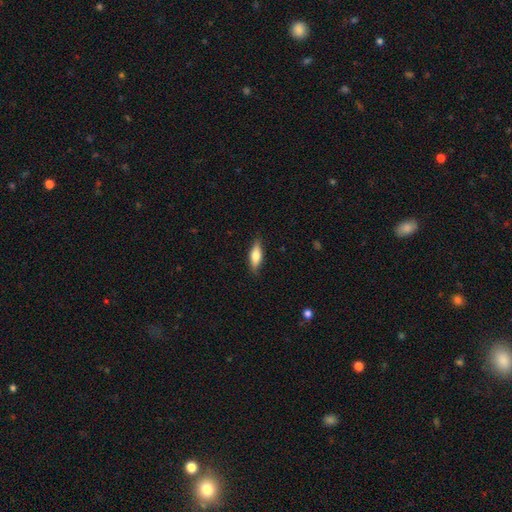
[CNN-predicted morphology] smooth_or_featured: smooth (p=0.66) [alt: featured or disk p=0.28]
how_rounded: in between (p=0.56) [alt: cigar-shaped p=0.41]
merging: none (p=0.86) [alt: minor disturbance p=0.11]